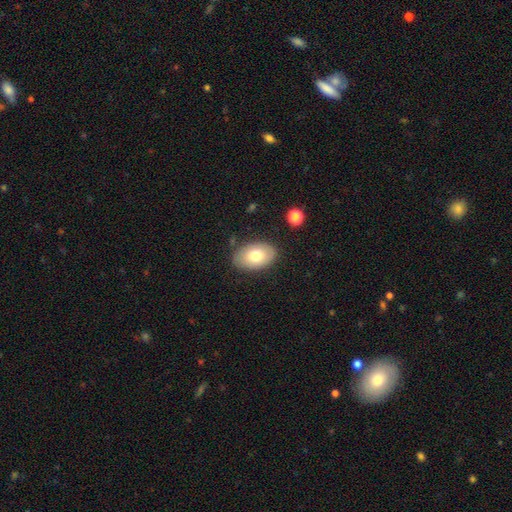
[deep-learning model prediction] This appears to be a smooth galaxy with no disk features (73%) that is in between round and cigar-shaped (91%). Merging: none (83%).